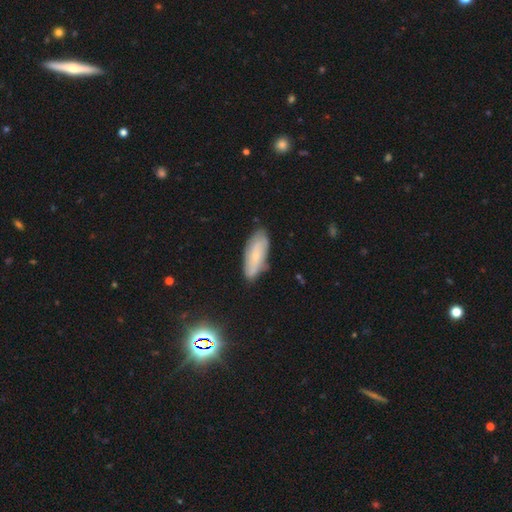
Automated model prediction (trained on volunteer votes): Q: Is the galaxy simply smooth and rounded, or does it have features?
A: smooth — 59%.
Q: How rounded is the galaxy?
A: in between — 73%.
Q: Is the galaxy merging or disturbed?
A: none — 77%.